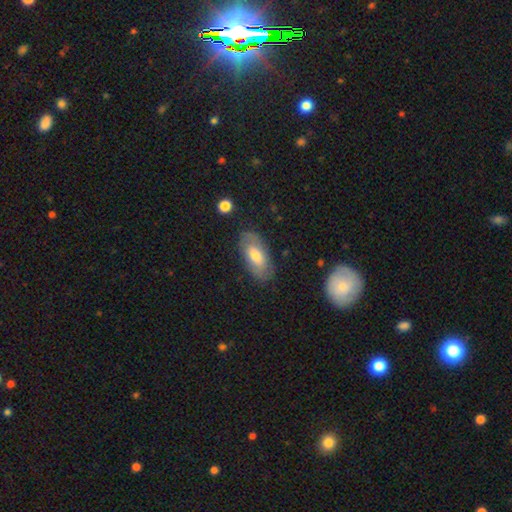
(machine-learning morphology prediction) smooth 56%, featured or disk 38%, star or artifact 6%. Down the decision tree: how rounded — in between (89%); merging — none (82%).